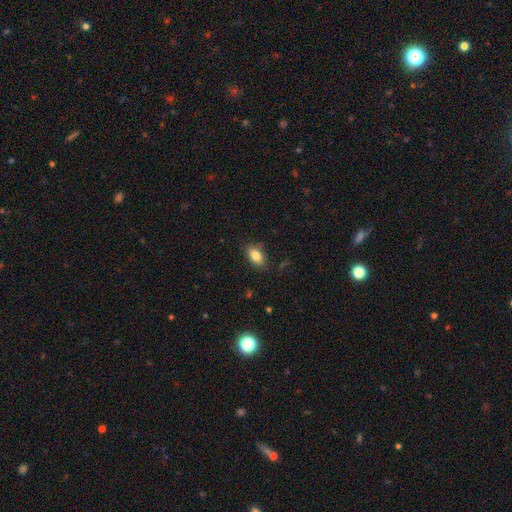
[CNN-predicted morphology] Smooth or featured: smooth — 82% (featured or disk — 10%)
How rounded: in between — 88% (round — 8%)
Merging: none — 81% (minor disturbance — 14%)